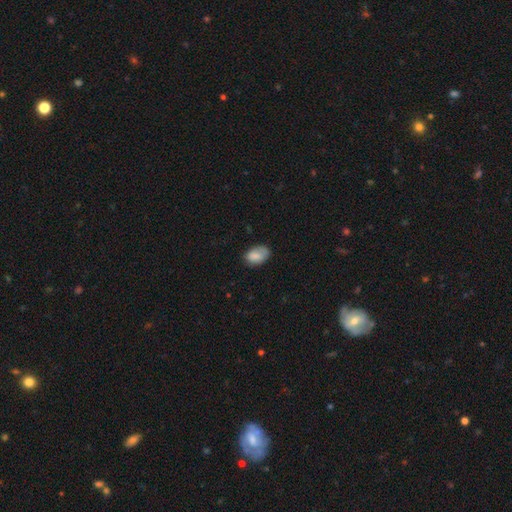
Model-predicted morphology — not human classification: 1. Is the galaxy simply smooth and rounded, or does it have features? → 81% smooth, 12% featured or disk, 8% star or artifact.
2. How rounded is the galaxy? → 88% in between, 11% round, 1% cigar-shaped.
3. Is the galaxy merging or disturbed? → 63% none, 27% minor disturbance, 7% major disturbance, 2% merger.